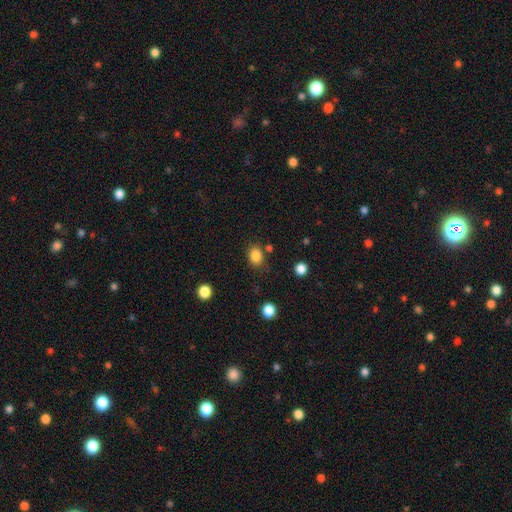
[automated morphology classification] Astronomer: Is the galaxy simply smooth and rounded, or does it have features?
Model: smooth — 84%.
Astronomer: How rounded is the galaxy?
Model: in between — 59% (runner-up: round, 40%).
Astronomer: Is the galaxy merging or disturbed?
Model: none — 77%.